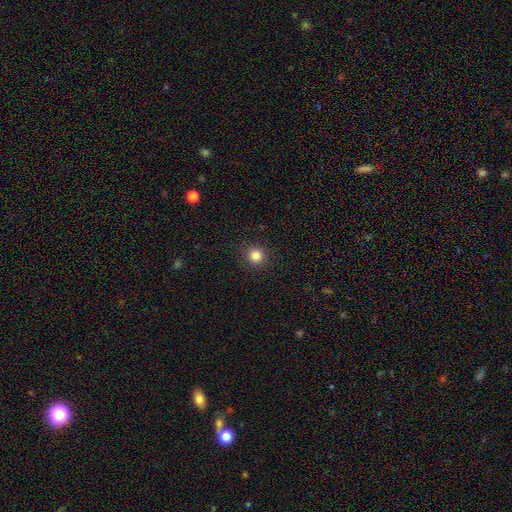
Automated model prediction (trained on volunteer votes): smooth-or-featured: smooth: 83% | star or artifact: 12% | featured or disk: 5%
  how-rounded: round: 93% | in between: 6% | cigar-shaped: 1%
  merging: none: 91% | minor disturbance: 6% | major disturbance: 2% | merger: 1%